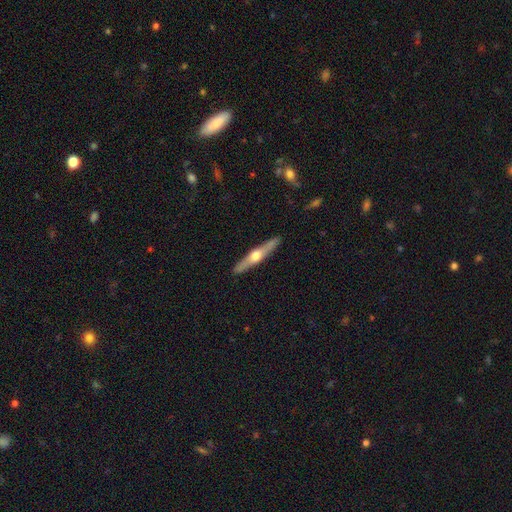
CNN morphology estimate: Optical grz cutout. It shows a featured or disk galaxy (65%) viewed edge-on (95%) with a rounded central bulge (93%). Merging: none (90%).